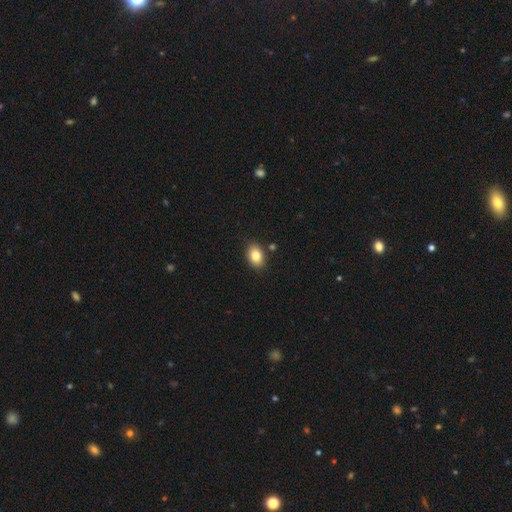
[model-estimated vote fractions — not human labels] A smooth galaxy with no disk features (83%) that is in between round and cigar-shaped (83%).

Vote fractions:
- Smooth or featured? smooth: 83% / featured or disk: 9% / star or artifact: 8%
- How rounded? in between: 83% / round: 16% / cigar-shaped: 1%
- Merging? none: 85% / minor disturbance: 9% / merger: 3% / major disturbance: 2%